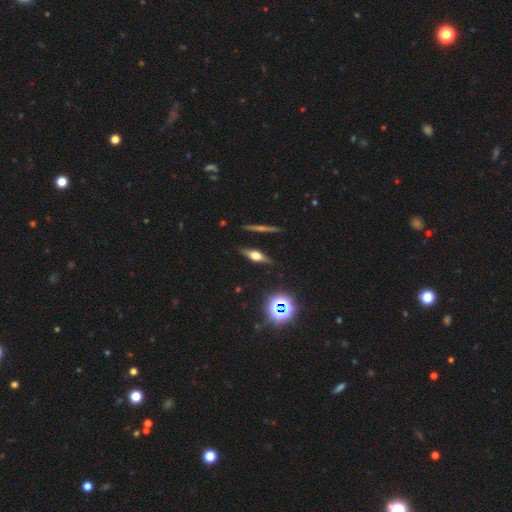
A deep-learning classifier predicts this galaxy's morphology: A featured or disk galaxy (55%) viewed edge-on (92%) with a rounded central bulge (92%).

Vote fractions:
- Smooth or featured? featured or disk: 55% / smooth: 30% / star or artifact: 15%
- Edge-on disk? yes: 92% / no: 8%
- Edge-on bulge? rounded: 92% / boxy: 6% / none: 2%
- Merging? none: 85% / minor disturbance: 10% / major disturbance: 3% / merger: 2%